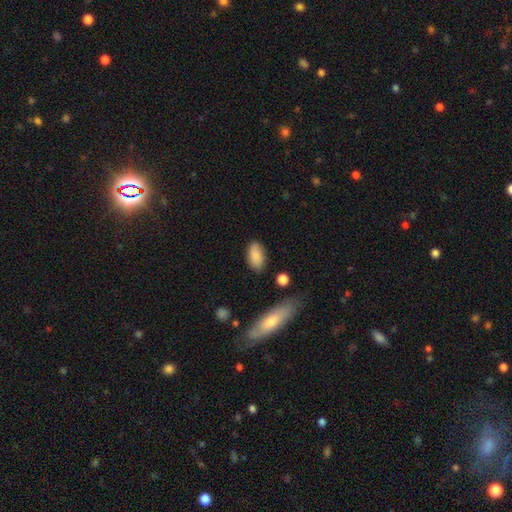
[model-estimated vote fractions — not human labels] Smooth or featured: smooth — 86% (star or artifact — 7%)
How rounded: in between — 92% (round — 4%)
Merging: none — 79% (minor disturbance — 15%)